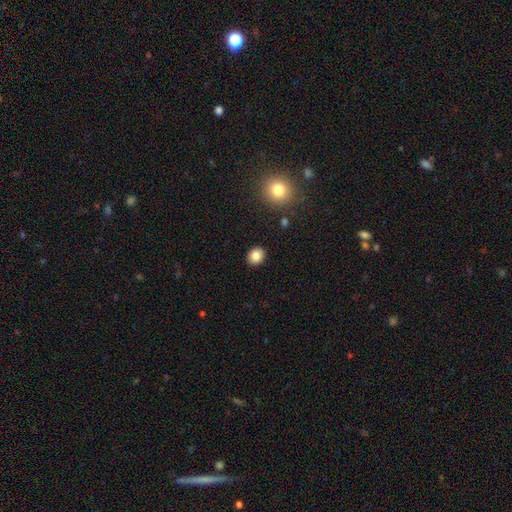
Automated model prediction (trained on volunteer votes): smooth-or-featured: smooth: 84% | star or artifact: 10% | featured or disk: 6%
  how-rounded: round: 67% | in between: 32% | cigar-shaped: 1%
  merging: none: 90% | minor disturbance: 6% | major disturbance: 2% | merger: 1%